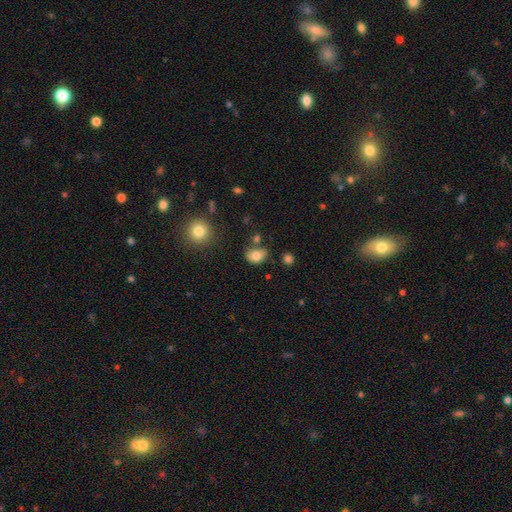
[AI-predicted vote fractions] A smooth galaxy with no disk features (78%) that is in between round and cigar-shaped (66%). Merging: none (54%).